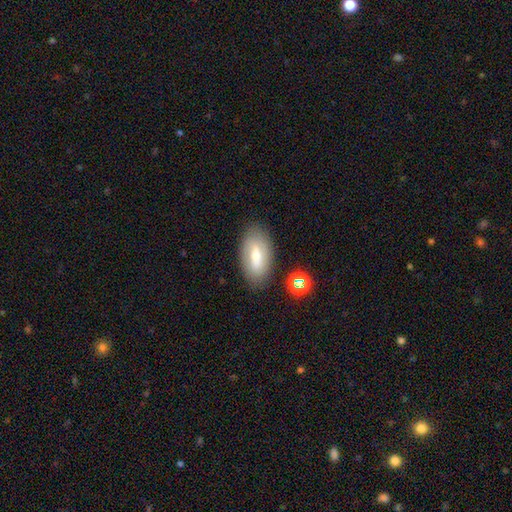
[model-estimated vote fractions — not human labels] smooth-or-featured: smooth: 54% | featured or disk: 37% | star or artifact: 9%
  how-rounded: in between: 90% | cigar-shaped: 6% | round: 4%
  merging: none: 82% | minor disturbance: 12% | major disturbance: 4% | merger: 3%